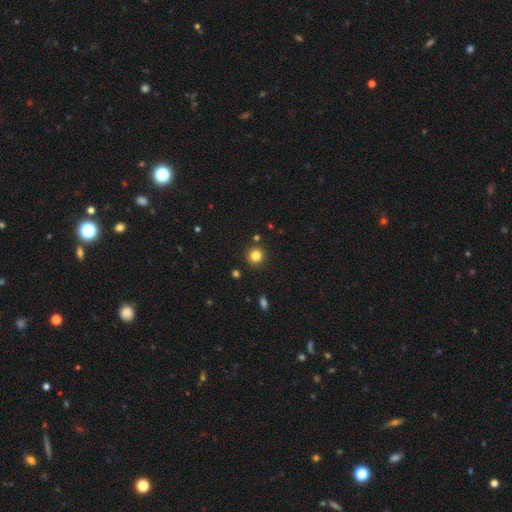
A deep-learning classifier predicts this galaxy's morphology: Q: Smooth or featured?
A: smooth (83%); runner-up: star or artifact (12%)
Q: How rounded?
A: round (92%); runner-up: in between (7%)
Q: Merging?
A: none (89%); runner-up: minor disturbance (6%)